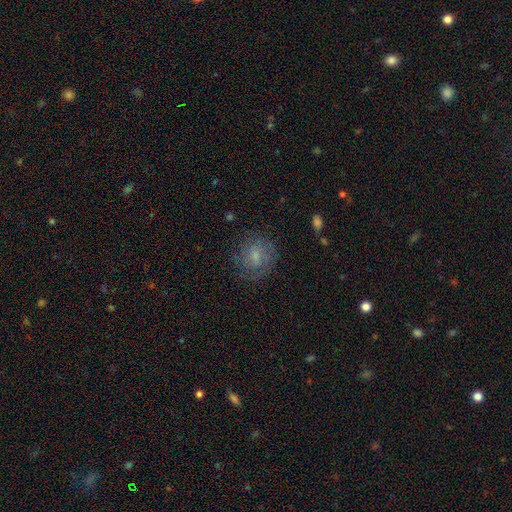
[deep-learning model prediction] Smooth or featured?
  - smooth: 51% *
  - featured or disk: 40%
  - star or artifact: 9%
How rounded?
  - round: 80% *
  - in between: 19%
  - cigar-shaped: 1%
Merging?
  - none: 73% *
  - minor disturbance: 17%
  - major disturbance: 8%
  - merger: 1%